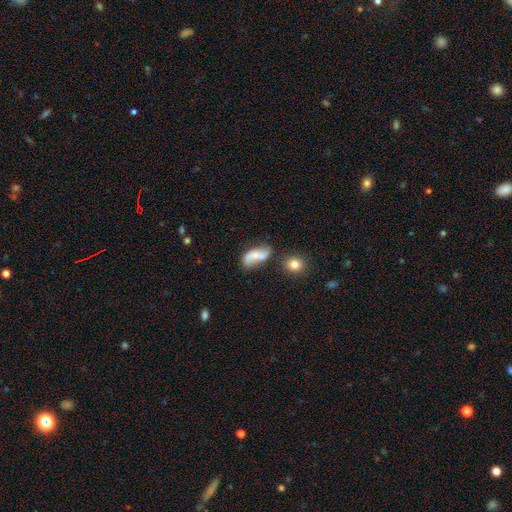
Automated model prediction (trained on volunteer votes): Morphology: type=smooth (50%); roundness=in between (85%); merging=none (43%).